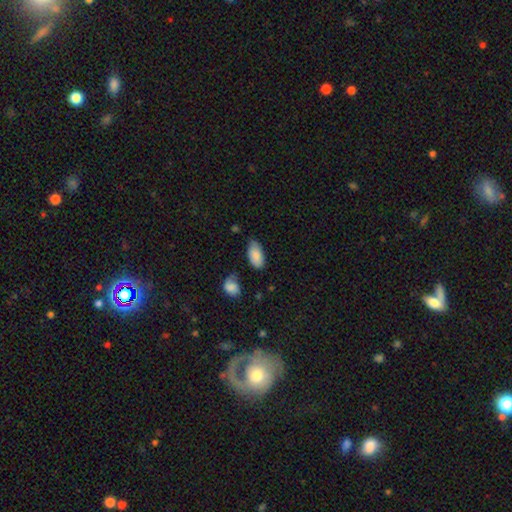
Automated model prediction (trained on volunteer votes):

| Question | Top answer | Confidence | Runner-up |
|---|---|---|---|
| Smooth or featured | smooth | 85% | featured or disk (8%) |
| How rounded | in between | 95% | cigar-shaped (3%) |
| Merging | none | 66% | minor disturbance (26%) |